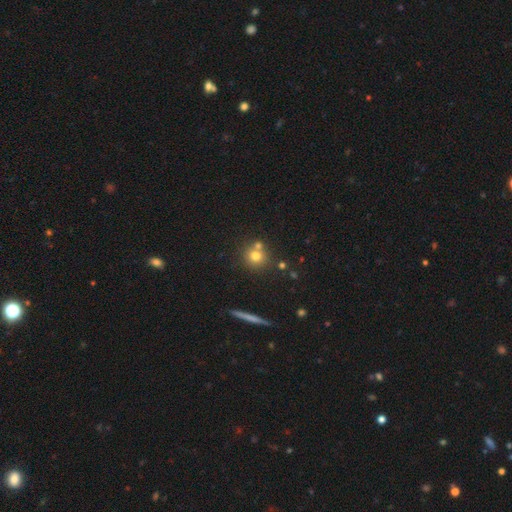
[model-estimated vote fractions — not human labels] The model was most divided on "merging": none: 61%, merger: 27%, minor disturbance: 8%, major disturbance: 3%. More confident: how rounded — round (90%); smooth or featured — smooth (73%).